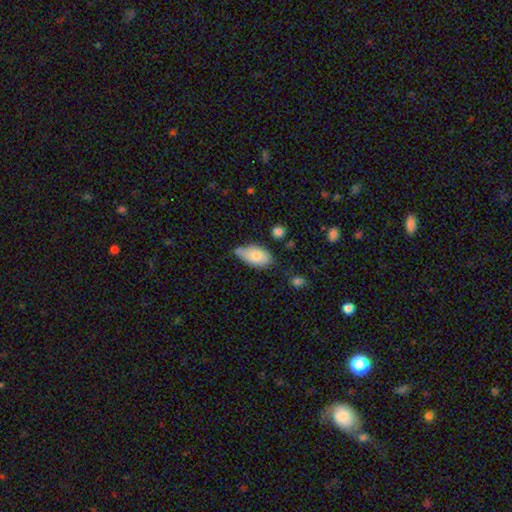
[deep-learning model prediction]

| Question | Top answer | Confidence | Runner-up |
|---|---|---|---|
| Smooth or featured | smooth | 79% | featured or disk (14%) |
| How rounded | in between | 92% | round (4%) |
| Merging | none | 45% | minor disturbance (40%) |